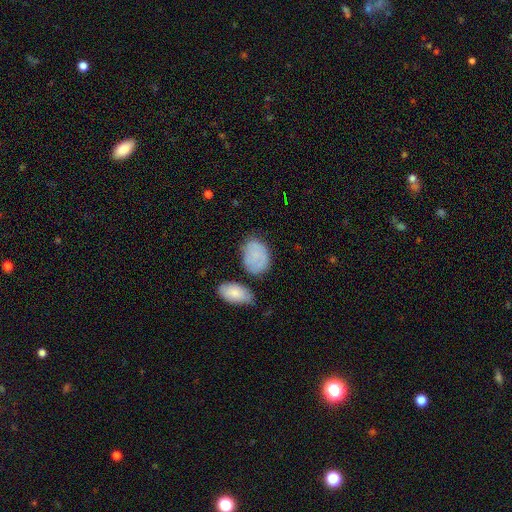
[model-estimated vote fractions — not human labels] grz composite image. It shows a smooth galaxy with no disk features (74%) that is in between round and cigar-shaped (78%). Merging: none (56%).